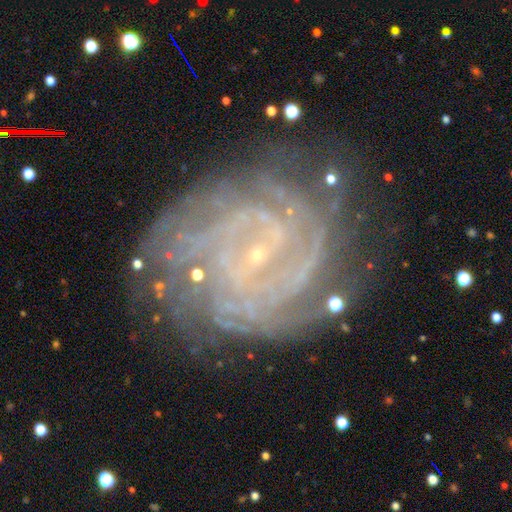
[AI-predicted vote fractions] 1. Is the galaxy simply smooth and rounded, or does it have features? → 88% featured or disk, 7% star or artifact, 5% smooth.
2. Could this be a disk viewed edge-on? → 98% no, 2% yes.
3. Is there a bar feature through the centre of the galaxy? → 44% no, 39% weak, 16% strong.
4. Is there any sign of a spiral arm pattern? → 97% yes, 3% no.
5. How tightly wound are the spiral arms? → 77% tight, 19% medium, 4% loose.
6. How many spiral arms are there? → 26% can't tell, 19% 4, 17% more than 4, 15% 2, 14% 3, 9% 1.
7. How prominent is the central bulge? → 89% small, 5% moderate, 5% none, 1% large, 1% dominant.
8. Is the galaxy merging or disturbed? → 72% none, 18% minor disturbance, 8% major disturbance, 2% merger.